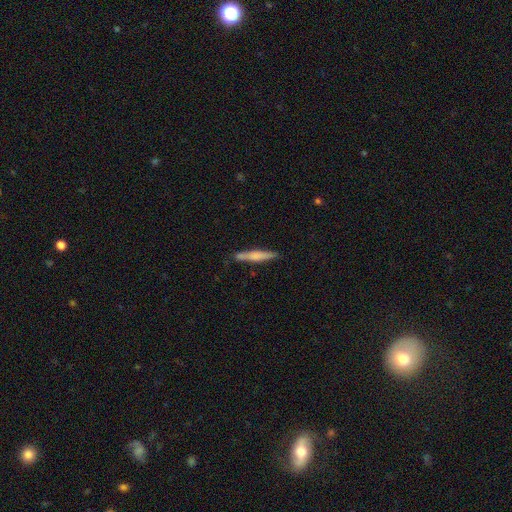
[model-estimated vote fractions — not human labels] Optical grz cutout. It shows a smooth galaxy with no disk features (59%) that is cigar-shaped (93%). Merging: none (83%).